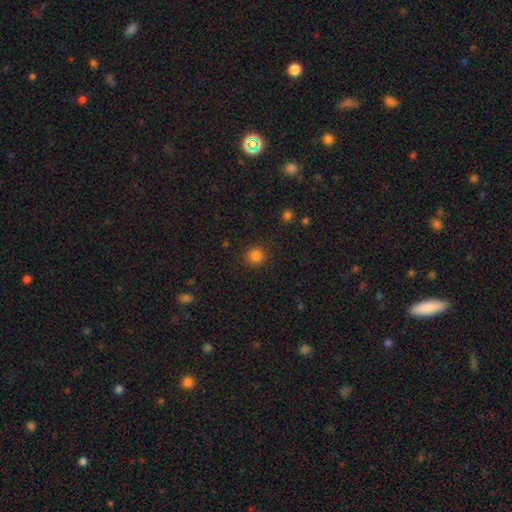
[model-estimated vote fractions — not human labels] smooth-or-featured: smooth: 84% | star or artifact: 13% | featured or disk: 4%
  how-rounded: round: 90% | in between: 9% | cigar-shaped: 1%
  merging: none: 87% | minor disturbance: 9% | major disturbance: 3% | merger: 1%